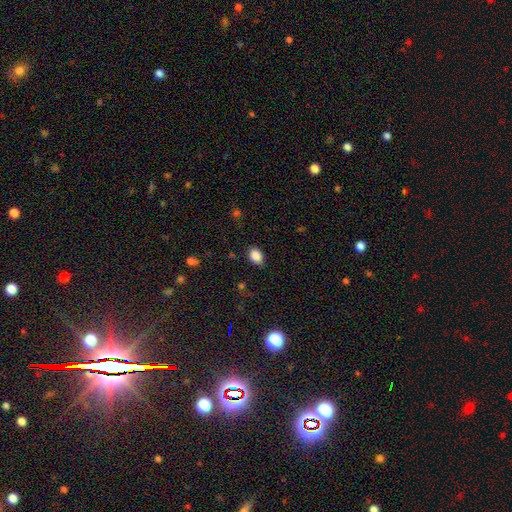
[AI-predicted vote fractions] A smooth galaxy with no disk features (86%) that is in between round and cigar-shaped (77%).

Vote fractions:
- Smooth or featured? smooth: 86% / star or artifact: 9% / featured or disk: 4%
- How rounded? in between: 77% / round: 22% / cigar-shaped: 1%
- Merging? none: 81% / minor disturbance: 15% / major disturbance: 3% / merger: 1%